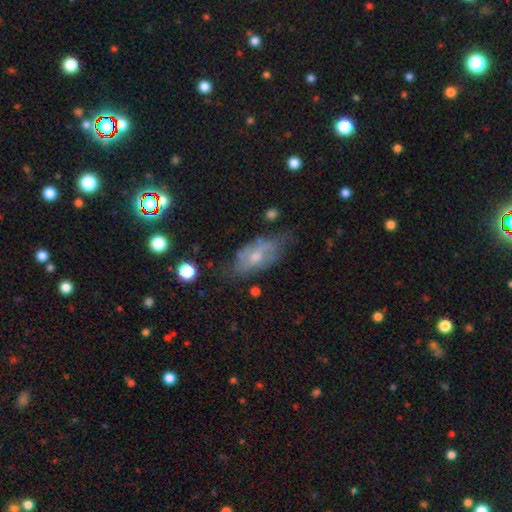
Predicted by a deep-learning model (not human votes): Smooth or featured? featured or disk (53%)
Edge-on disk? no (84%)
Merging? none (50%)